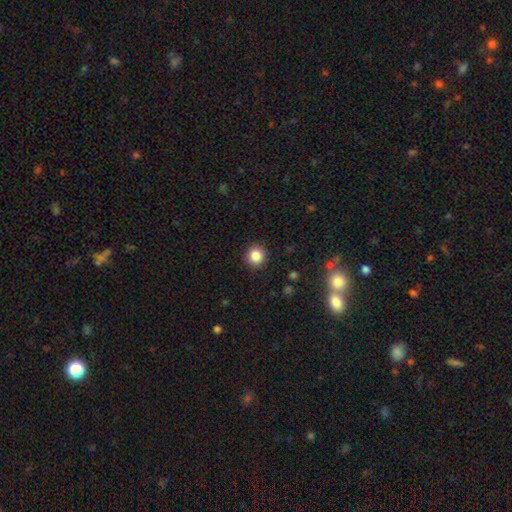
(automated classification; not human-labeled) smooth 85%, star or artifact 11%, featured or disk 4%. Down the decision tree: how rounded — round (93%); merging — none (92%).